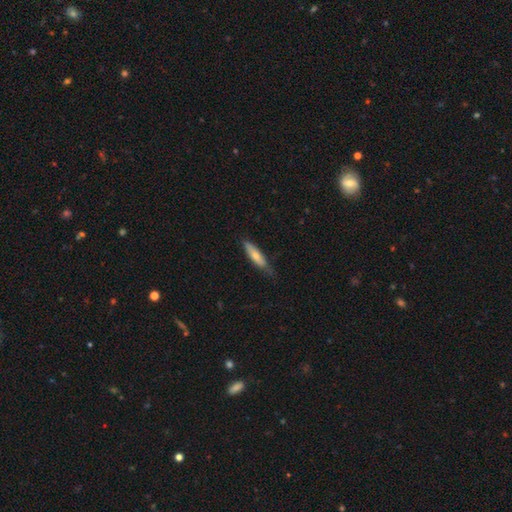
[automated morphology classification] This appears to be a smooth galaxy with no disk features (67%) that is cigar-shaped (68%). Merging: none (68%).